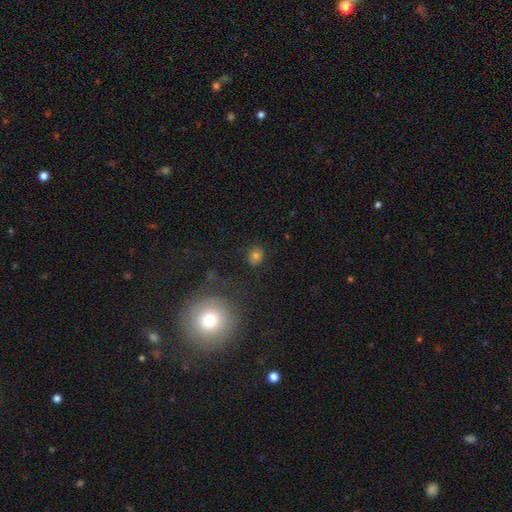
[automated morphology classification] Q: Smooth or featured?
A: smooth (73%); runner-up: star or artifact (15%)
Q: How rounded?
A: round (77%); runner-up: in between (22%)
Q: Merging?
A: none (82%); runner-up: minor disturbance (12%)